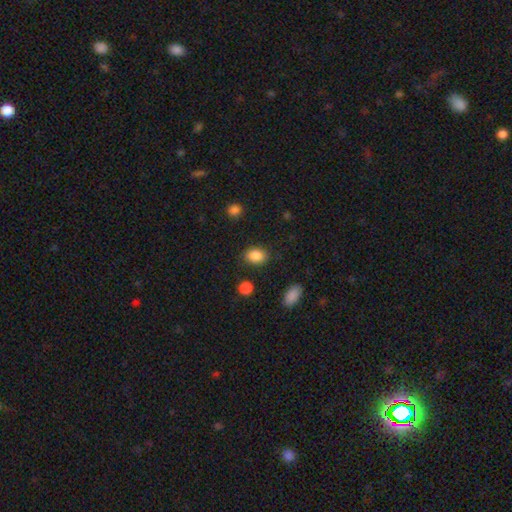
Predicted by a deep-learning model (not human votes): Smooth or featured: smooth — 87% (star or artifact — 9%)
How rounded: in between — 75% (round — 24%)
Merging: none — 84% (minor disturbance — 11%)